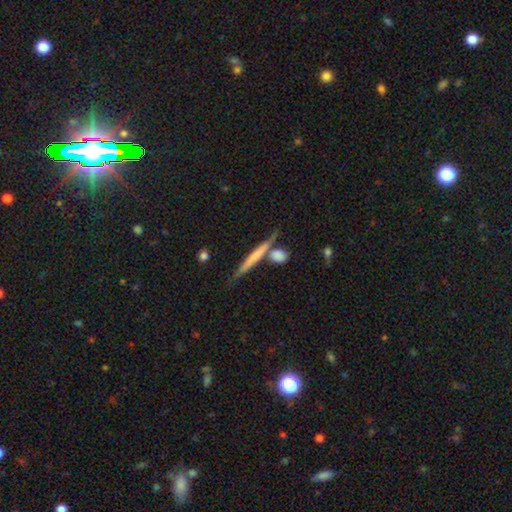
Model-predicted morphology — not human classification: smooth_or_featured: smooth (p=0.47) [tied with: featured or disk p=0.47]
merging: none (p=0.71) [alt: merger p=0.15]